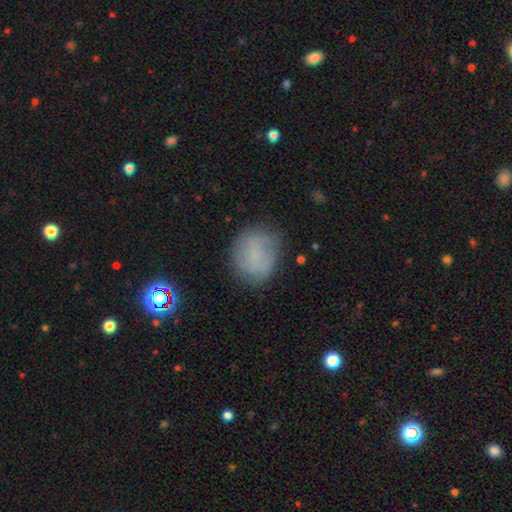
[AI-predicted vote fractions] Smooth or featured?
  - smooth: 67% *
  - featured or disk: 20%
  - star or artifact: 13%
How rounded?
  - round: 62% *
  - in between: 37%
  - cigar-shaped: 1%
Merging?
  - none: 75% *
  - minor disturbance: 18%
  - major disturbance: 6%
  - merger: 2%